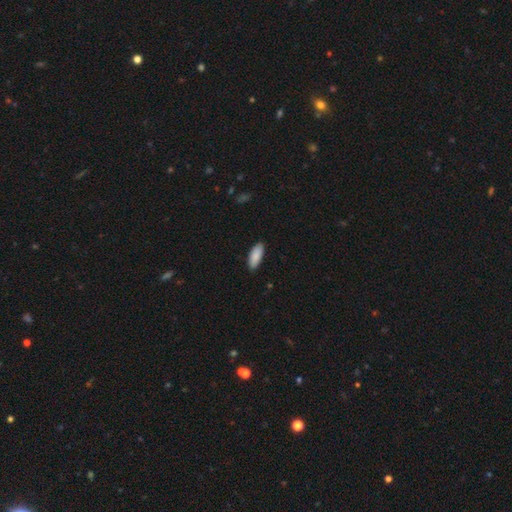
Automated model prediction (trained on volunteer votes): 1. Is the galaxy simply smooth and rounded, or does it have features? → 90% smooth, 6% star or artifact, 5% featured or disk.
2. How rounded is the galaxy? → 80% in between, 18% cigar-shaped, 2% round.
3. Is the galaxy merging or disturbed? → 87% none, 10% minor disturbance, 2% major disturbance, 1% merger.